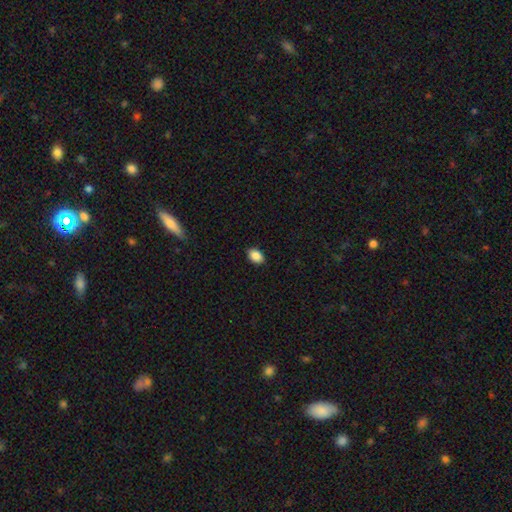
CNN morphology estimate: smooth_or_featured: smooth (p=0.88) [alt: star or artifact p=0.08]
how_rounded: in between (p=0.82) [alt: round p=0.17]
merging: none (p=0.89) [alt: minor disturbance p=0.08]